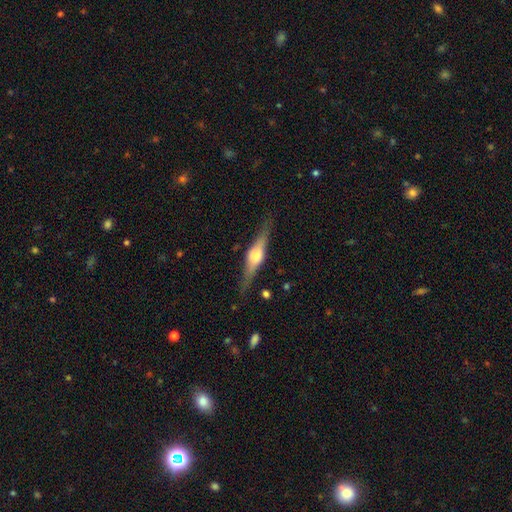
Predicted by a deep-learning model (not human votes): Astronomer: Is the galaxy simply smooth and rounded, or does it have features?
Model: featured or disk — 70%.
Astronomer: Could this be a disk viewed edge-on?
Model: yes — 96%.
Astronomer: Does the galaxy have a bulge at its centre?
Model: rounded — 88%.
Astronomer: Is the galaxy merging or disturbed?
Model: none — 84%.